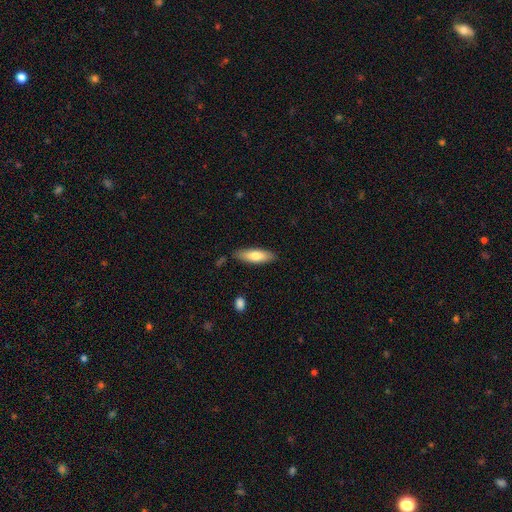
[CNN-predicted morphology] Q: Smooth or featured?
A: smooth (73%); runner-up: featured or disk (21%)
Q: How rounded?
A: in between (52%); runner-up: cigar-shaped (46%)
Q: Merging?
A: none (83%); runner-up: minor disturbance (13%)